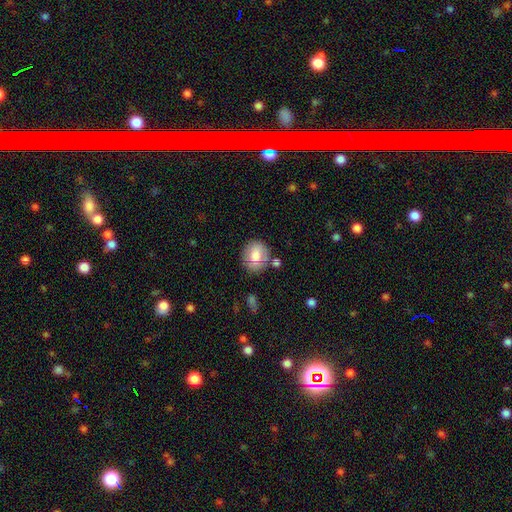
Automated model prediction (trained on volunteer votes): The model was most divided on "how rounded": round: 69%, in between: 30%, cigar-shaped: 1%. More confident: smooth or featured — smooth (73%); merging — none (68%).